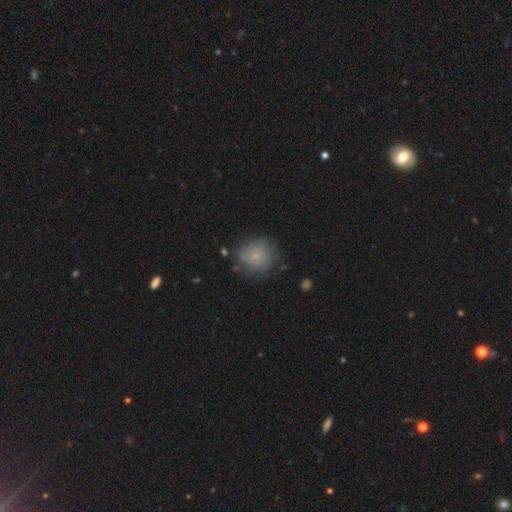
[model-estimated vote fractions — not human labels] Smooth or featured? smooth (67%)
How rounded? round (82%)
Merging? none (61%)